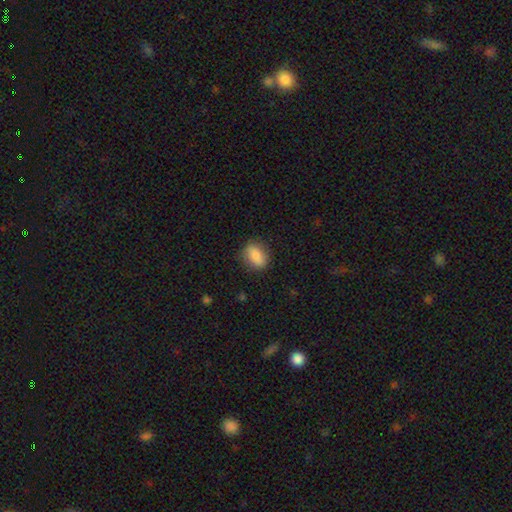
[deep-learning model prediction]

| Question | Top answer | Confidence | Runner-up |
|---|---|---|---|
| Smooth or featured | smooth | 87% | star or artifact (7%) |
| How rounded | in between | 74% | round (24%) |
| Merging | none | 81% | minor disturbance (15%) |